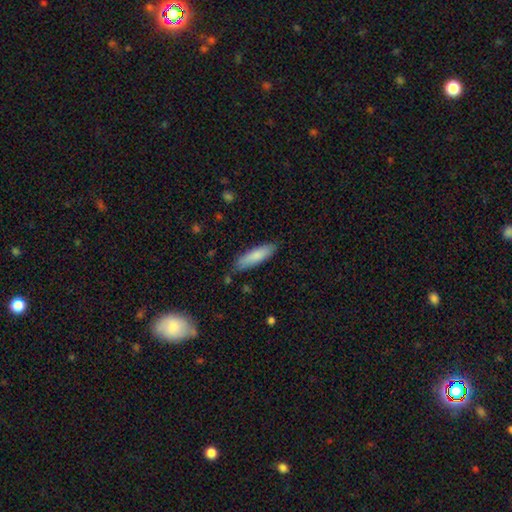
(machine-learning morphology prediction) Smooth or featured? smooth (81%)
How rounded? cigar-shaped (66%)
Merging? none (82%)